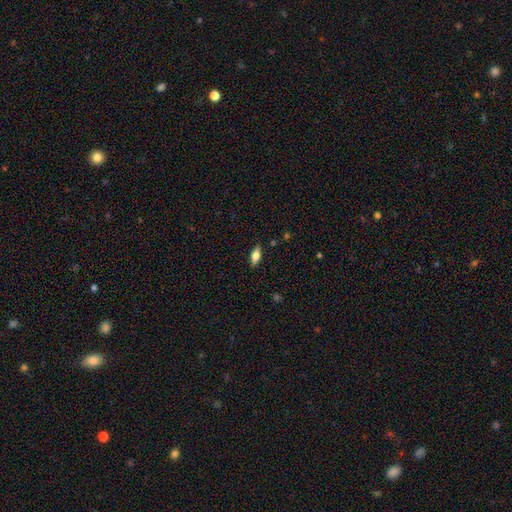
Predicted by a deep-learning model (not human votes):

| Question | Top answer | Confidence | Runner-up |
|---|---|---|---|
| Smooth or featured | smooth | 68% | featured or disk (24%) |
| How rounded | in between | 81% | cigar-shaped (16%) |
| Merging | none | 87% | minor disturbance (10%) |